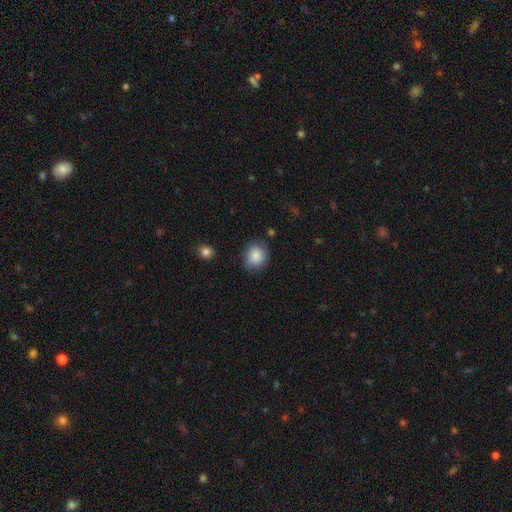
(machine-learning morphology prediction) This appears to be a smooth galaxy with no disk features (87%) that is round (70%). Merging: none (79%).